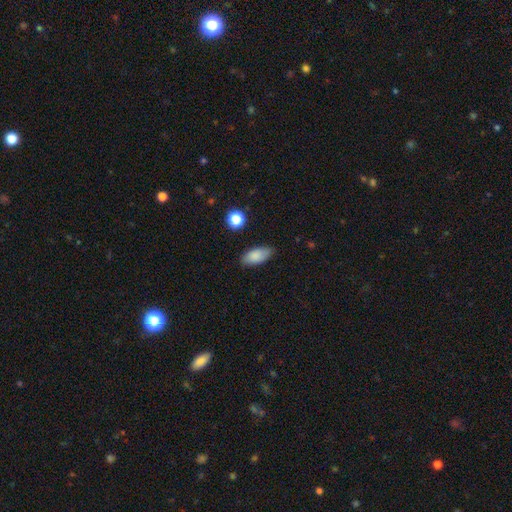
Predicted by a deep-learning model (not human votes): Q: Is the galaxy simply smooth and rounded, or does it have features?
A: smooth — 85%.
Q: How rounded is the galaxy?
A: in between — 87%.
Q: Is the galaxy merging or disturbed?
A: none — 80%.